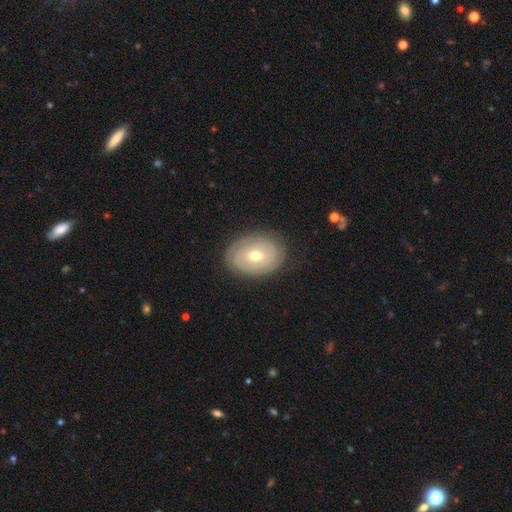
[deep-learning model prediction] Smooth or featured?
  - featured or disk: 64% *
  - smooth: 29%
  - star or artifact: 7%
Edge-on disk?
  - no: 95% *
  - yes: 5%
Bar?
  - no: 65% *
  - weak: 27%
  - strong: 8%
Spiral arms?
  - yes: 67% *
  - no: 33%
Bulge size?
  - moderate: 69% *
  - small: 26%
  - large: 3%
  - dominant: 1%
  - none: 1%
Merging?
  - none: 81% *
  - minor disturbance: 14%
  - major disturbance: 4%
  - merger: 1%